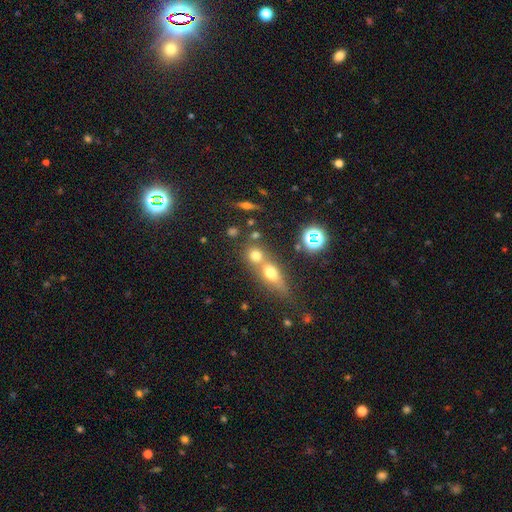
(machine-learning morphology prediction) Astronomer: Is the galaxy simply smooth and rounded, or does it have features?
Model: smooth — 65%.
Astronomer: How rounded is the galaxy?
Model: round — 70%.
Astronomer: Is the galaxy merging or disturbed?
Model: merger — 49% (runner-up: none, 41%).